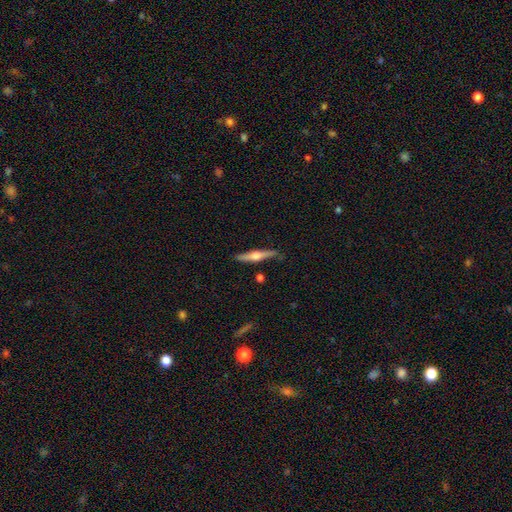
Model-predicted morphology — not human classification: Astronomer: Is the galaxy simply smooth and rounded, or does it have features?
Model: featured or disk — 65%.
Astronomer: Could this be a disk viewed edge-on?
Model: yes — 97%.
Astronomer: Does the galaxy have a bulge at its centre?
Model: rounded — 90%.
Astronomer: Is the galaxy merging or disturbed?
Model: none — 84%.